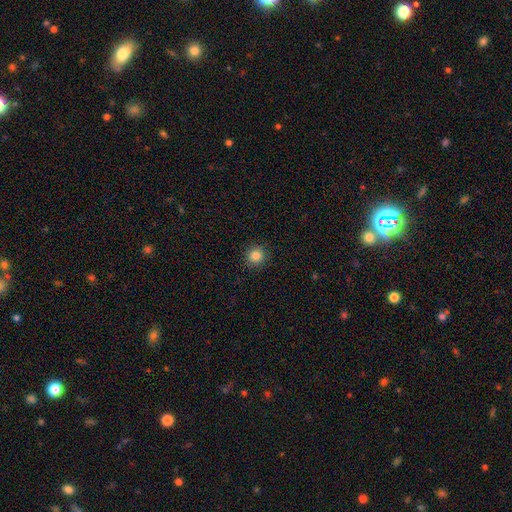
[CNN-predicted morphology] smooth_or_featured: smooth (p=0.85) [alt: star or artifact p=0.11]
how_rounded: round (p=0.92) [alt: in between p=0.07]
merging: none (p=0.92) [alt: minor disturbance p=0.06]